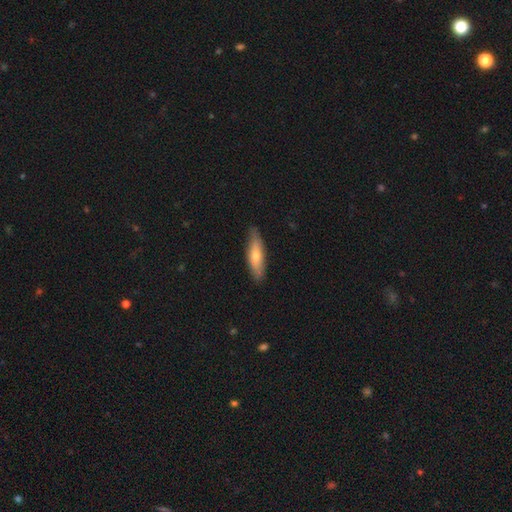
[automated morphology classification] Smooth or featured?
  - smooth: 60% *
  - featured or disk: 34%
  - star or artifact: 5%
How rounded?
  - cigar-shaped: 60% *
  - in between: 38%
  - round: 2%
Merging?
  - none: 81% *
  - minor disturbance: 15%
  - major disturbance: 2%
  - merger: 1%